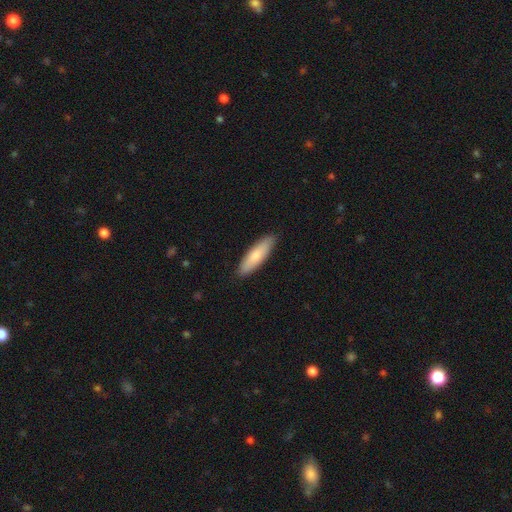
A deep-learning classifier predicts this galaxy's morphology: This appears to be a smooth galaxy with no disk features (79%) that is cigar-shaped (59%). Merging: none (88%).